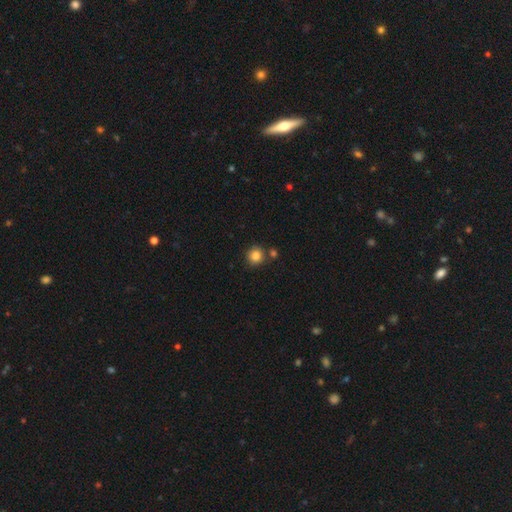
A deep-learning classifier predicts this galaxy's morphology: Smooth or featured: smooth — 85% (star or artifact — 10%)
How rounded: round — 92% (in between — 7%)
Merging: none — 78% (merger — 11%)